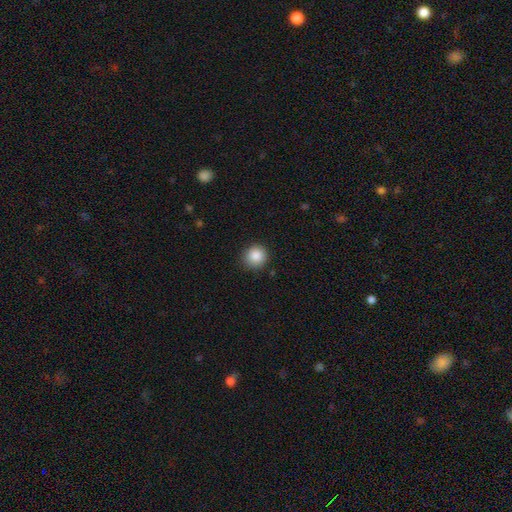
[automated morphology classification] This appears to be a smooth galaxy with no disk features (88%) that is round (92%). Merging: none (89%).